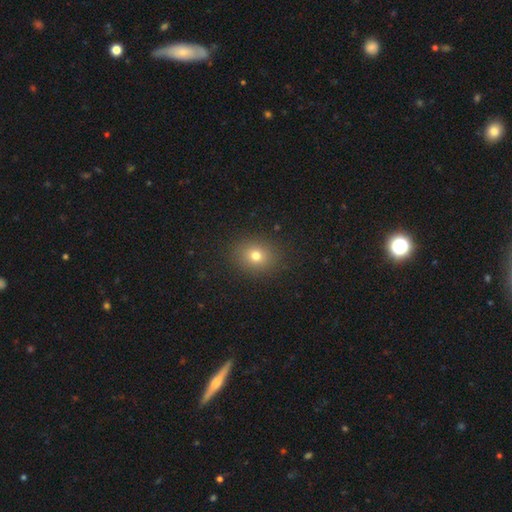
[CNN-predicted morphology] Smooth or featured? smooth (75%)
How rounded? round (67%)
Merging? none (88%)